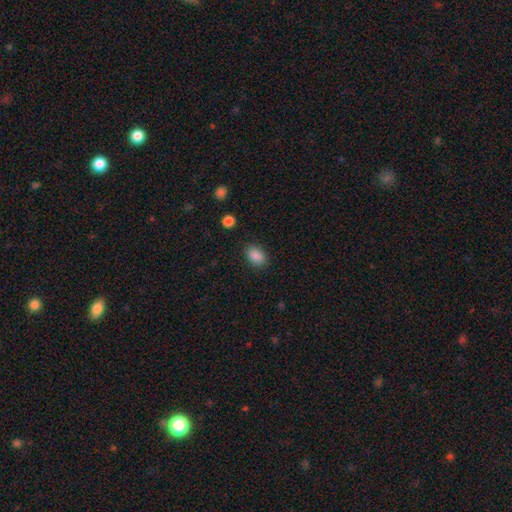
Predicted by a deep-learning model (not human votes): This appears to be a smooth galaxy with no disk features (88%) that is in between round and cigar-shaped (83%). Merging: none (86%).